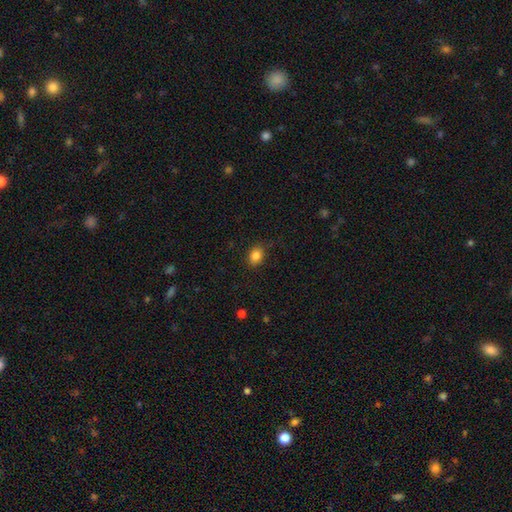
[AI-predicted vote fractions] A smooth galaxy with no disk features (84%) that is round (50%).

Vote fractions:
- Smooth or featured? smooth: 84% / star or artifact: 11% / featured or disk: 5%
- How rounded? round: 50% / in between: 49% / cigar-shaped: 1%
- Merging? none: 82% / minor disturbance: 13% / major disturbance: 3% / merger: 1%